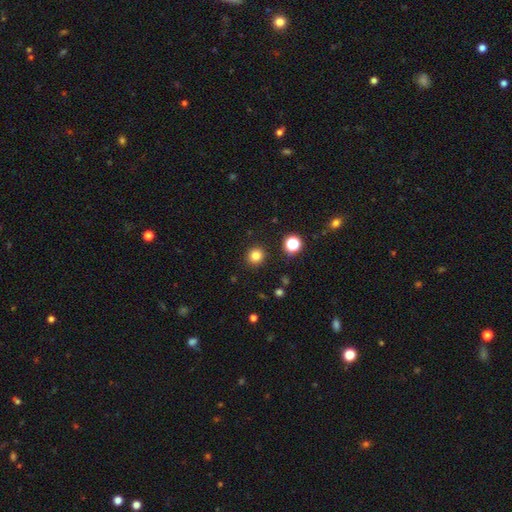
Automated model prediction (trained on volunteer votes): Smooth or featured? smooth (82%)
How rounded? round (92%)
Merging? none (91%)